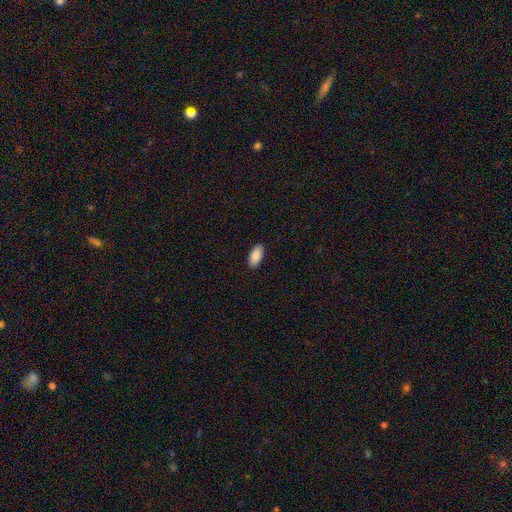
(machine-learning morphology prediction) This is clearly a smooth galaxy (90%). How rounded: clearly in between (92%). Merging: clearly none (90%).